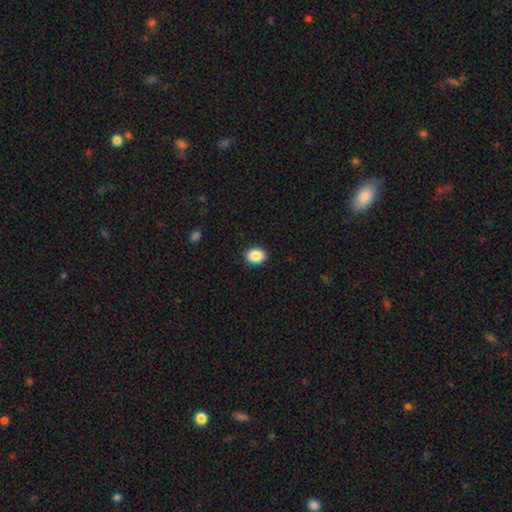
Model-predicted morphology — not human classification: smooth_or_featured: smooth (p=0.88) [alt: star or artifact p=0.08]
how_rounded: in between (p=0.60) [alt: round p=0.39]
merging: none (p=0.91) [alt: minor disturbance p=0.06]